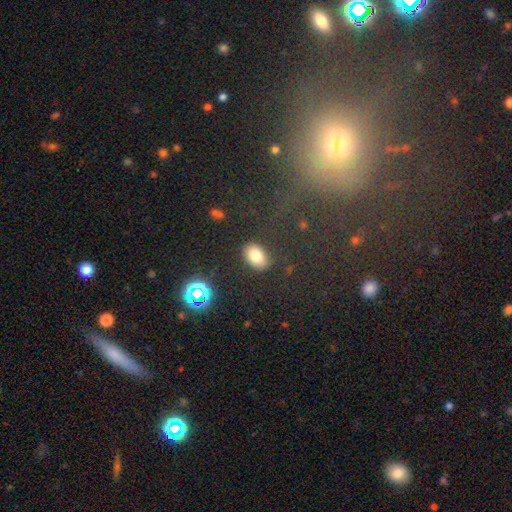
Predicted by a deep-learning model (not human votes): smooth-or-featured: smooth: 80% | star or artifact: 12% | featured or disk: 8%
  how-rounded: in between: 86% | round: 13% | cigar-shaped: 2%
  merging: none: 82% | minor disturbance: 12% | major disturbance: 4% | merger: 2%